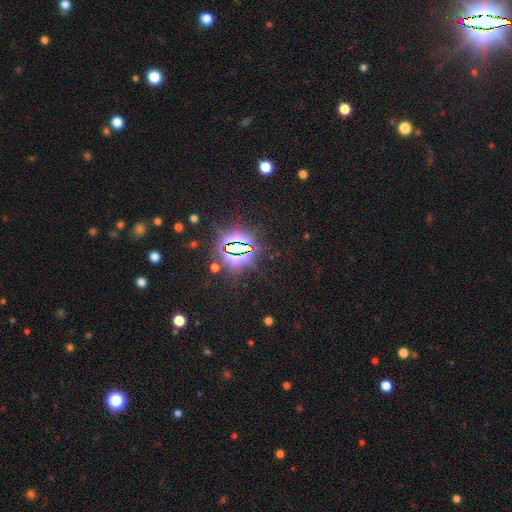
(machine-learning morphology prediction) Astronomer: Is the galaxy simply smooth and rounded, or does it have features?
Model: star or artifact — 85%.